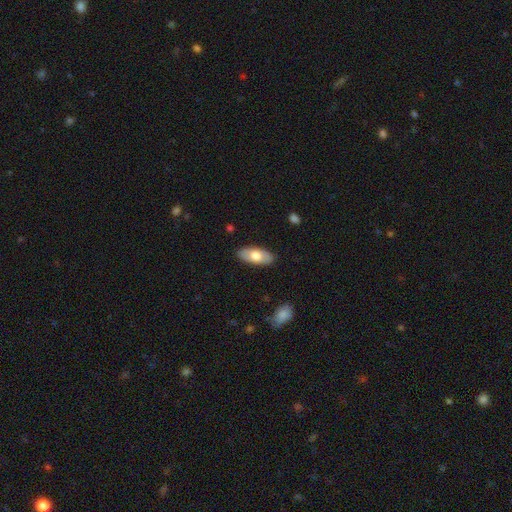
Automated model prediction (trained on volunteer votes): Smooth or featured: smooth — 67% (featured or disk — 28%)
How rounded: in between — 89% (cigar-shaped — 8%)
Merging: none — 87% (minor disturbance — 10%)